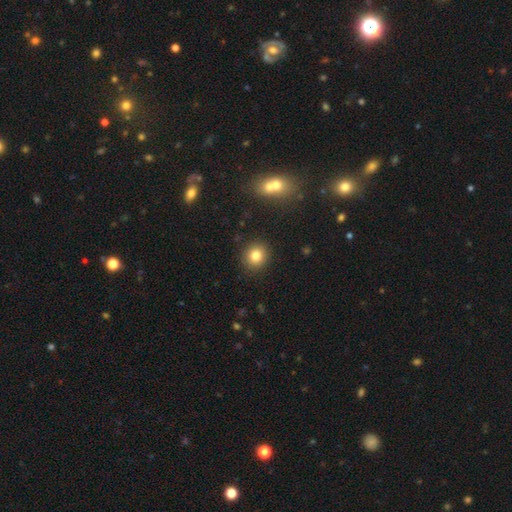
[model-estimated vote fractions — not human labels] Smooth or featured?
  - smooth: 81% *
  - star or artifact: 11%
  - featured or disk: 8%
How rounded?
  - round: 83% *
  - in between: 16%
  - cigar-shaped: 1%
Merging?
  - none: 89% *
  - minor disturbance: 7%
  - major disturbance: 2%
  - merger: 2%